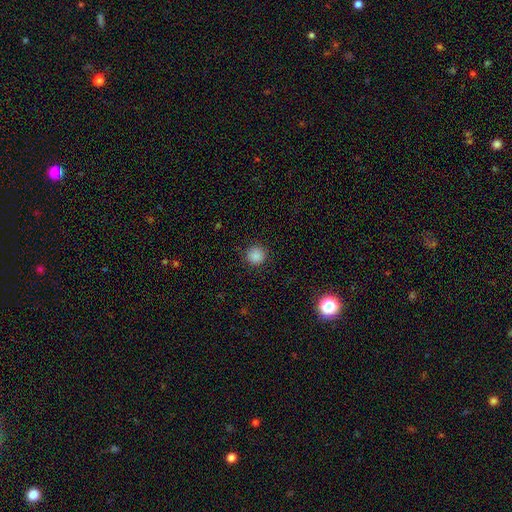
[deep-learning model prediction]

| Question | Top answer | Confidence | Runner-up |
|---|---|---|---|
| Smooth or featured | smooth | 86% | star or artifact (11%) |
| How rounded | round | 94% | in between (5%) |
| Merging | none | 89% | minor disturbance (8%) |